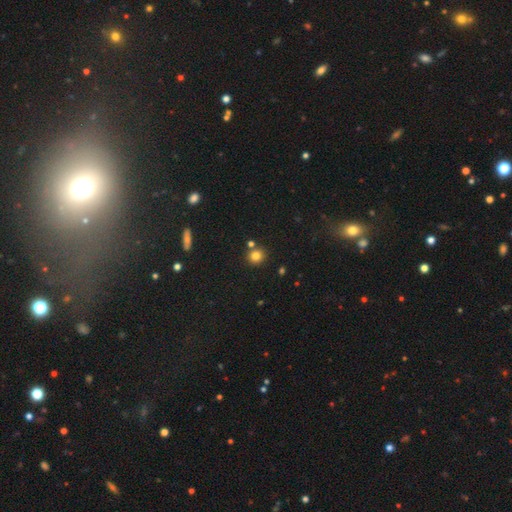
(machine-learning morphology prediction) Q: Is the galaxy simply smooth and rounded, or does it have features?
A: smooth — 81%.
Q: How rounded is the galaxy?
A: round — 89%.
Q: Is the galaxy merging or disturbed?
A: none — 78%.